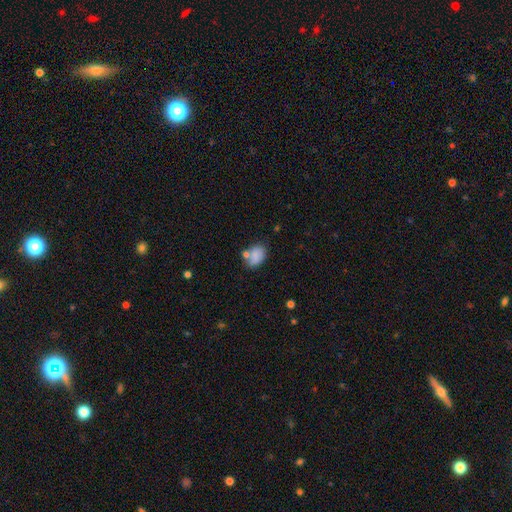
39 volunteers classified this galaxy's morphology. Smooth or featured?
  - smooth: 72% *
  - featured or disk: 18%
  - star or artifact: 10%
How rounded?
  - in between: 82% *
  - round: 18%
  - cigar-shaped: 0%
Merging?
  - minor disturbance: 43% *
  - none: 37%
  - merger: 14%
  - major disturbance: 6%